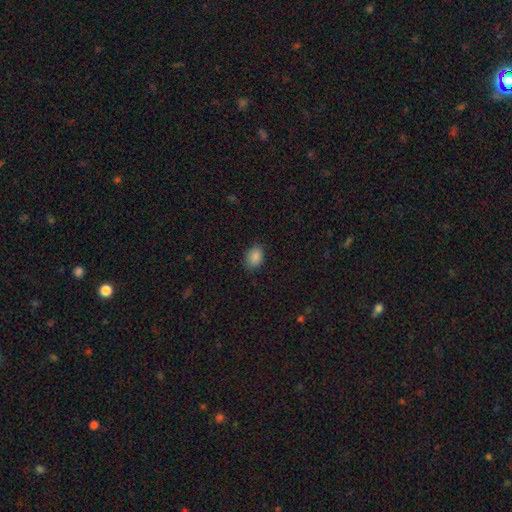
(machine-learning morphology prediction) The model was most divided on "how rounded": in between: 67%, round: 32%, cigar-shaped: 1%. More confident: smooth or featured — smooth (87%); merging — none (83%).